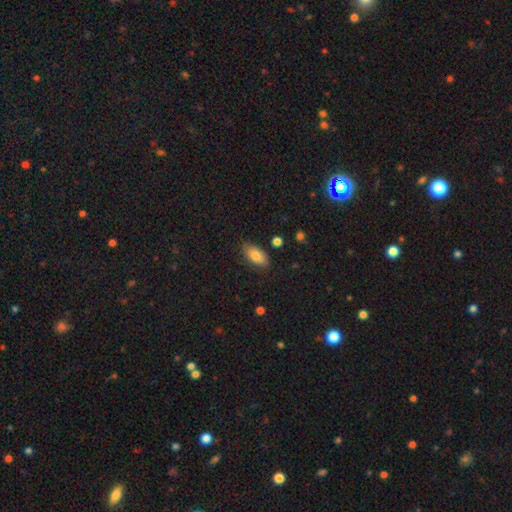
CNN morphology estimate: smooth-or-featured: smooth: 83% | featured or disk: 10% | star or artifact: 7%
  how-rounded: in between: 90% | cigar-shaped: 6% | round: 3%
  merging: none: 82% | minor disturbance: 13% | major disturbance: 3% | merger: 2%